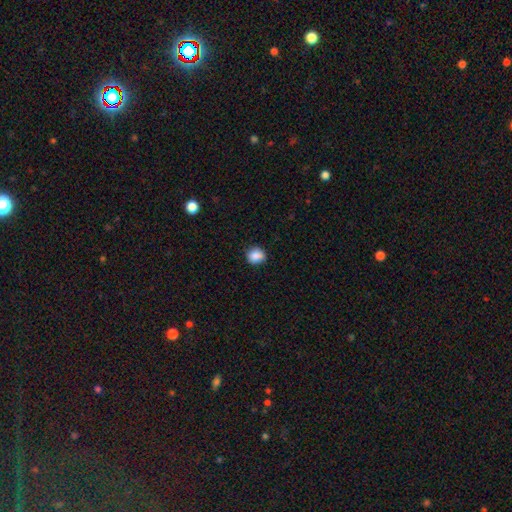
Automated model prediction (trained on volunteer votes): A smooth galaxy with no disk features (87%) that is round (82%). Merging: none (83%).